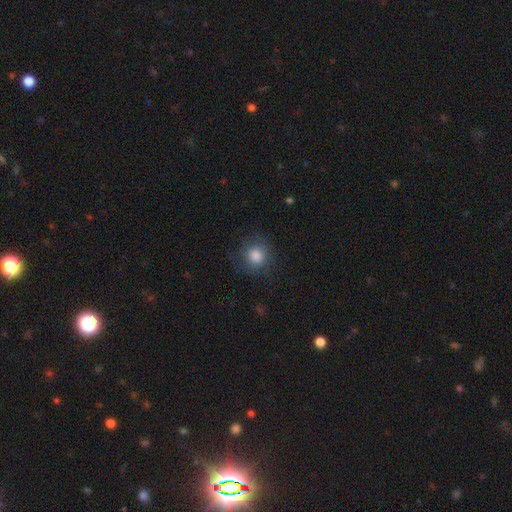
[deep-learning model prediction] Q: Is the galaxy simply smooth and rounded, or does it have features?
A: smooth — 84%.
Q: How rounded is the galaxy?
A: round — 87%.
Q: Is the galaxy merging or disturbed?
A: none — 80%.